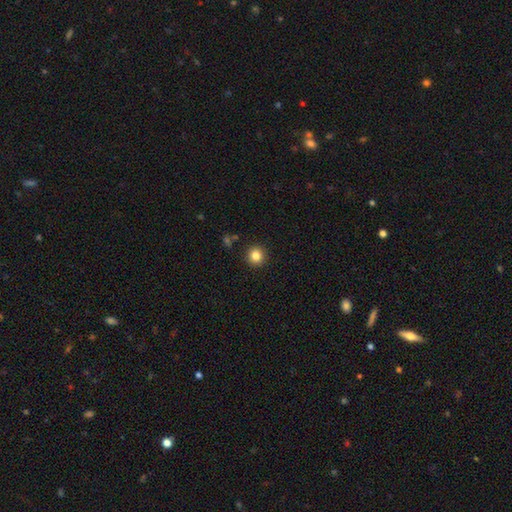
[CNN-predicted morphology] A smooth galaxy with no disk features (84%) that is round (94%). Merging: none (91%).